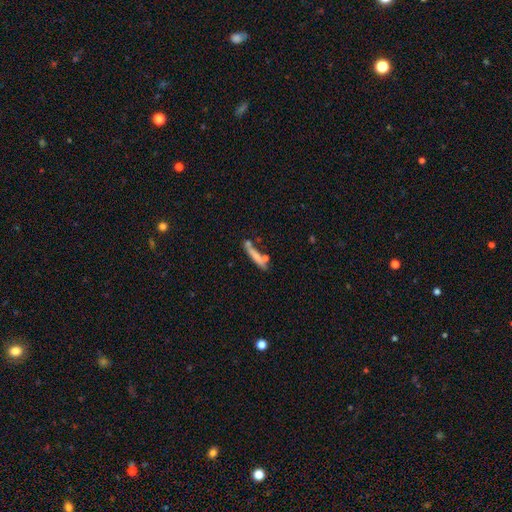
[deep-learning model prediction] Smooth or featured? smooth (67%)
How rounded? cigar-shaped (88%)
Merging? none (60%)